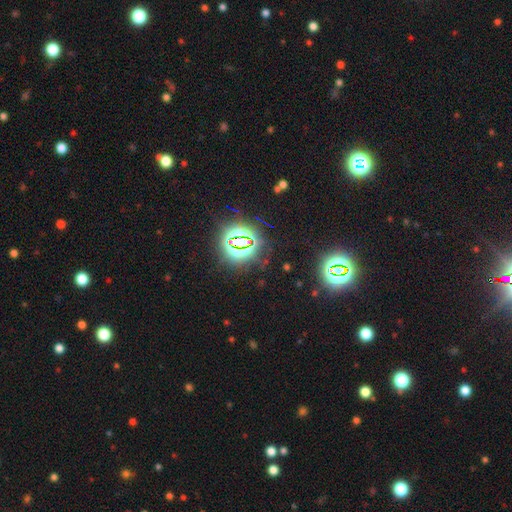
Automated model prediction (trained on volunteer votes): A star or artifact, not a galaxy (81%).